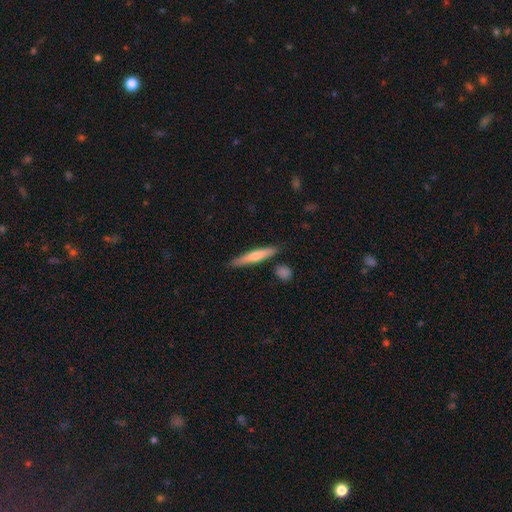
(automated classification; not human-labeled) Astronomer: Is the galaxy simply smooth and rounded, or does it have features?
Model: smooth — 53% (runner-up: featured or disk, 42%).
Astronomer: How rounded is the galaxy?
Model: cigar-shaped — 91%.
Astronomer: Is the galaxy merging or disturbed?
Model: none — 85%.